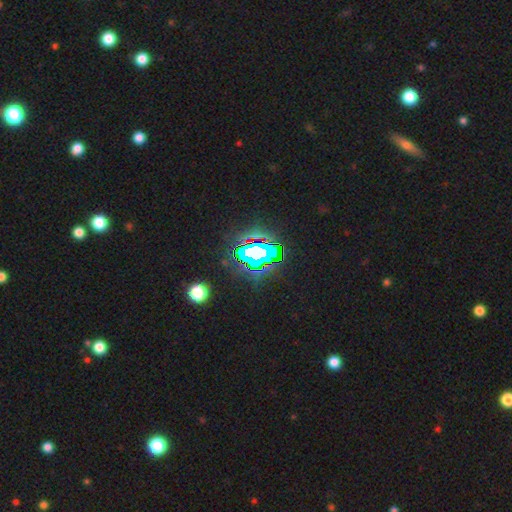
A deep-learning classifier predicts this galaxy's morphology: Q: Smooth or featured?
A: star or artifact (68%); runner-up: smooth (16%)